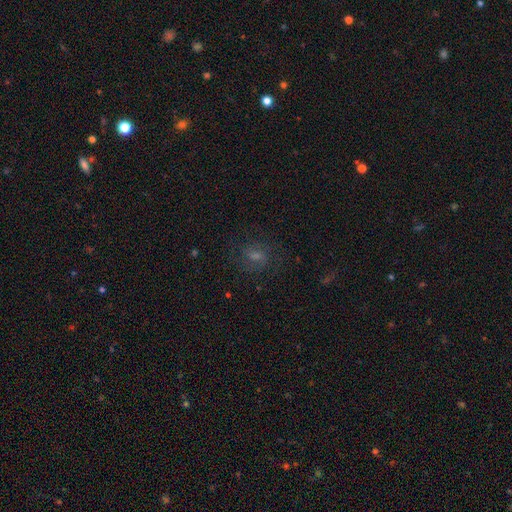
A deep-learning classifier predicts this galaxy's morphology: This is marginally a featured or disk galaxy (41%). Merging: likely none (74%).